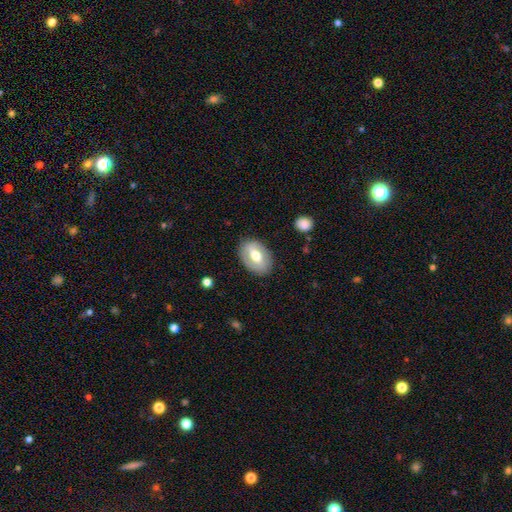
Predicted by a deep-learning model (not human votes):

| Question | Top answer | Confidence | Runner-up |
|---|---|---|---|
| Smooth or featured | featured or disk | 49% | smooth (45%) |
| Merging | none | 83% | minor disturbance (12%) |